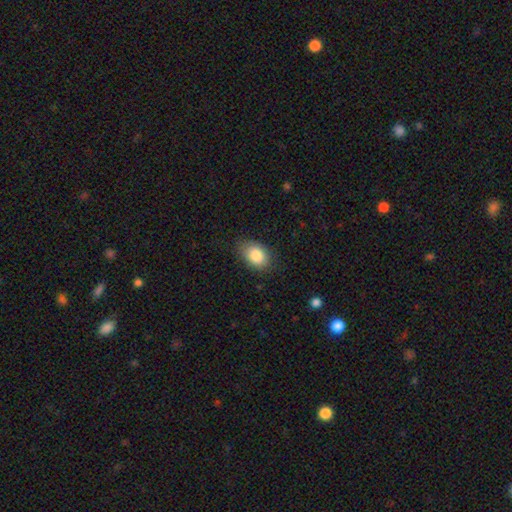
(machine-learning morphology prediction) smooth 85%, star or artifact 8%, featured or disk 7%. Down the decision tree: how rounded — in between (82%); merging — none (79%).